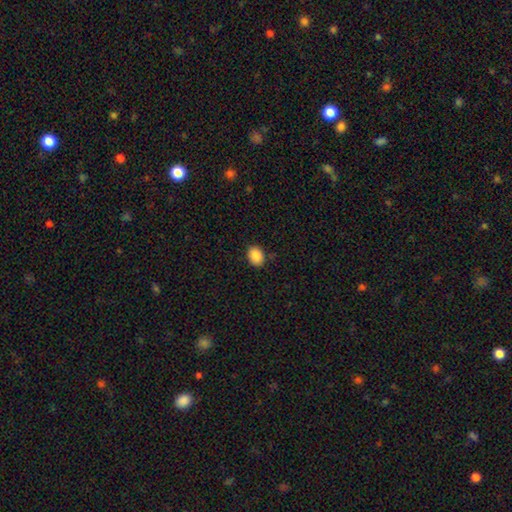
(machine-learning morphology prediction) A smooth galaxy with no disk features (88%) that is in between round and cigar-shaped (58%). Merging: none (86%).